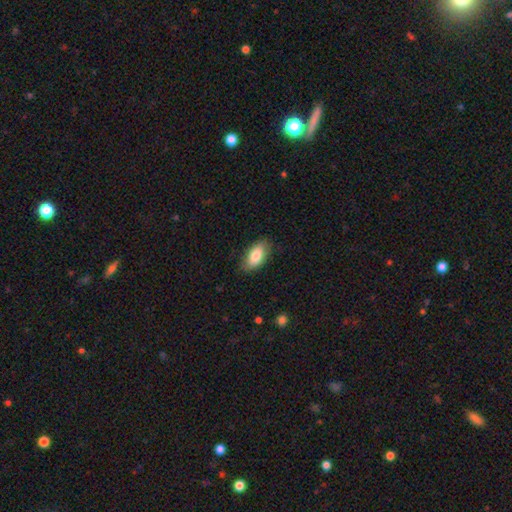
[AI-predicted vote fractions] smooth_or_featured: smooth (p=0.82) [alt: featured or disk p=0.11]
how_rounded: in between (p=0.91) [alt: cigar-shaped p=0.06]
merging: none (p=0.82) [alt: minor disturbance p=0.14]